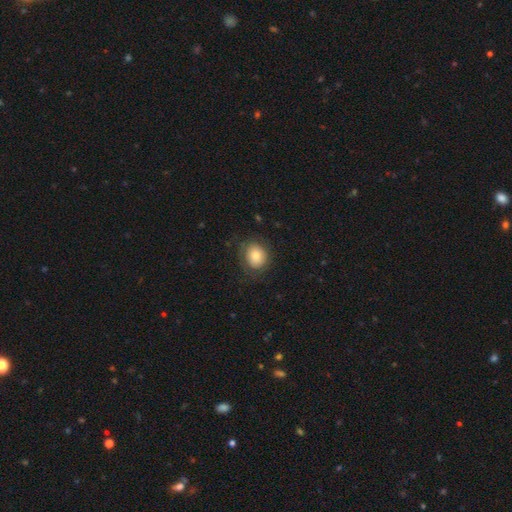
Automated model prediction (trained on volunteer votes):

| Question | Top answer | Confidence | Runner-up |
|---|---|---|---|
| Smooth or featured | smooth | 76% | featured or disk (16%) |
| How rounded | round | 74% | in between (25%) |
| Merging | none | 74% | minor disturbance (17%) |